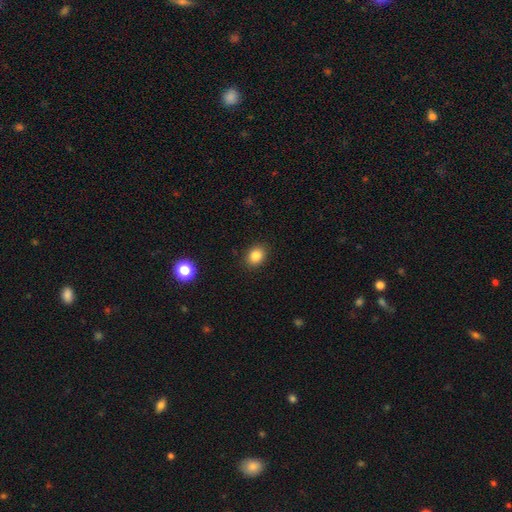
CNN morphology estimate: This is clearly a smooth galaxy (84%). How rounded: possibly round (50%). Merging: clearly none (89%).